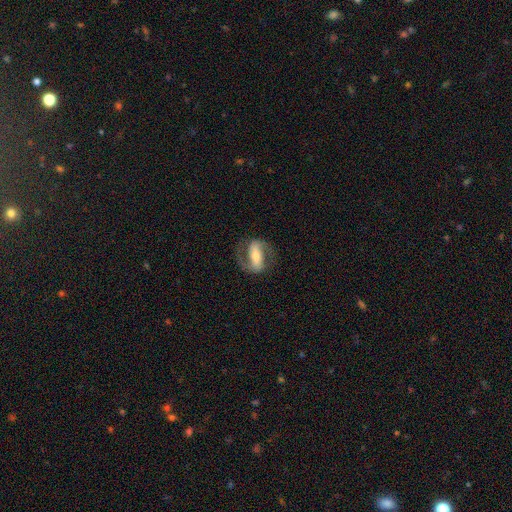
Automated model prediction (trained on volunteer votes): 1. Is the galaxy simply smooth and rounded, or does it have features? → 79% featured or disk, 15% smooth, 6% star or artifact.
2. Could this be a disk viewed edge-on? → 93% no, 7% yes.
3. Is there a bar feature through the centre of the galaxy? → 64% strong, 23% weak, 13% no.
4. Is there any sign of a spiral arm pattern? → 91% yes, 9% no.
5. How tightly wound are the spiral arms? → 50% medium, 27% loose, 22% tight.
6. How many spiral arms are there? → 89% 2, 4% 1, 4% can't tell, 1% 3, 1% 4, 1% more than 4.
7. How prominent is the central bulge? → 51% moderate, 35% small, 9% large, 3% none, 2% dominant.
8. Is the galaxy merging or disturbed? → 76% none, 14% minor disturbance, 9% major disturbance, 1% merger.